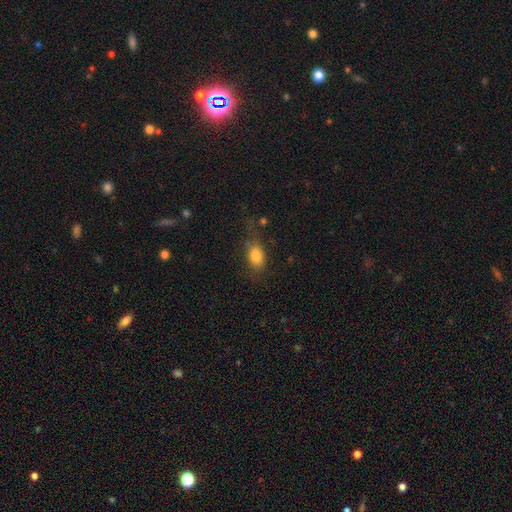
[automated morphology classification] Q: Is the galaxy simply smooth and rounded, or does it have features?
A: smooth — 81%.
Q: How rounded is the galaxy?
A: in between — 83%.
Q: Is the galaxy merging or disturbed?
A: none — 63%.